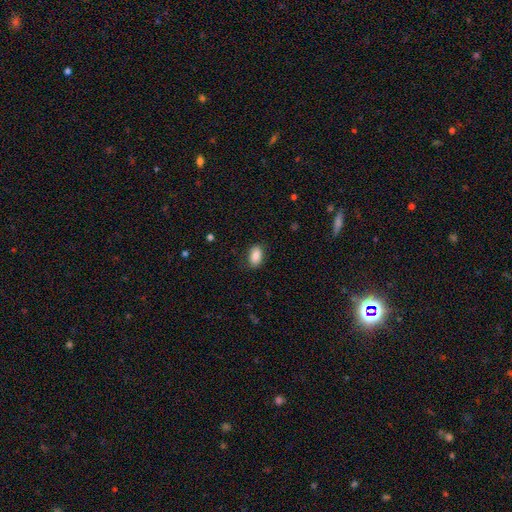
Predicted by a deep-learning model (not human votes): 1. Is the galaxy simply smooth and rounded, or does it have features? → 87% smooth, 7% star or artifact, 6% featured or disk.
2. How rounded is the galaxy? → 90% in between, 8% round, 2% cigar-shaped.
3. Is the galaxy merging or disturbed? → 84% none, 12% minor disturbance, 3% major disturbance, 1% merger.